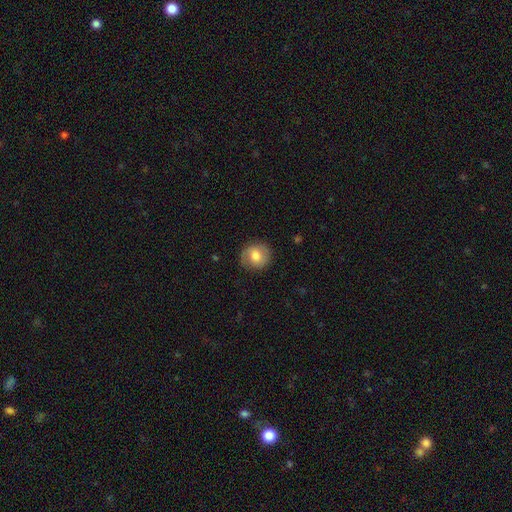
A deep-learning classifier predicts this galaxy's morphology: This appears to be a smooth galaxy with no disk features (68%) that is round (85%). Merging: none (83%).